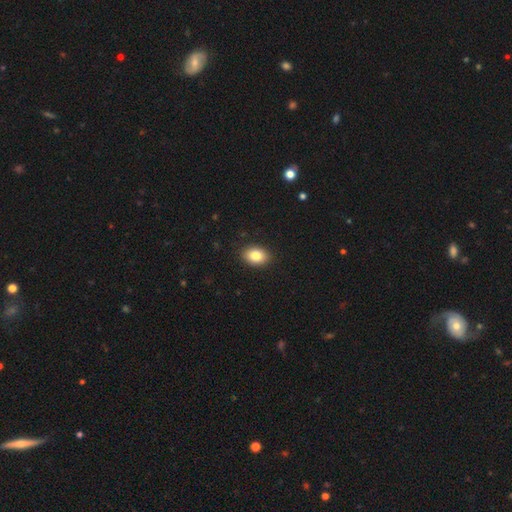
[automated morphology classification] Smooth or featured? Predicted: smooth (p=0.83). How rounded? Predicted: in between (p=0.78). Merging? Predicted: none (p=0.90).